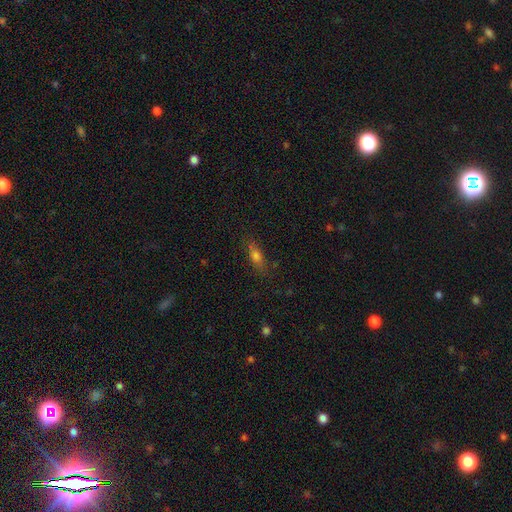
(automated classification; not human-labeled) smooth-or-featured: smooth: 63% | featured or disk: 23% | star or artifact: 15%
  how-rounded: in between: 53% | cigar-shaped: 40% | round: 7%
  merging: none: 79% | minor disturbance: 15% | major disturbance: 5% | merger: 2%